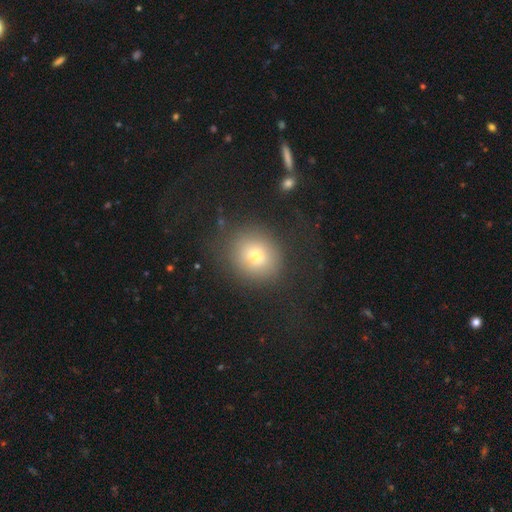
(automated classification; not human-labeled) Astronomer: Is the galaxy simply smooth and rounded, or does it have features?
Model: smooth — 68%.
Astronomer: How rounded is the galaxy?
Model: round — 83%.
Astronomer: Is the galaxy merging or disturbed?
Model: none — 72%.